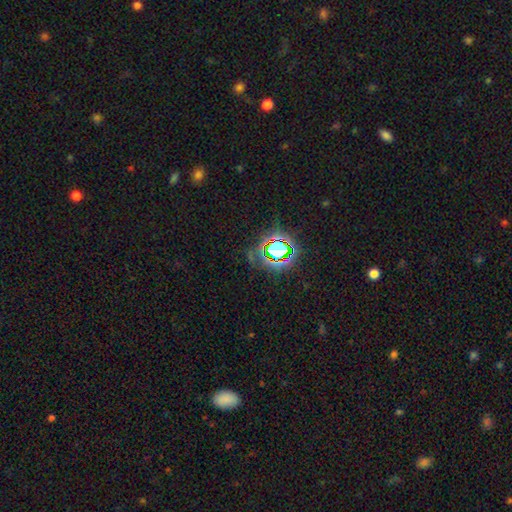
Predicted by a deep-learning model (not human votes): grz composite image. It shows a star or artifact, not a galaxy (77%).